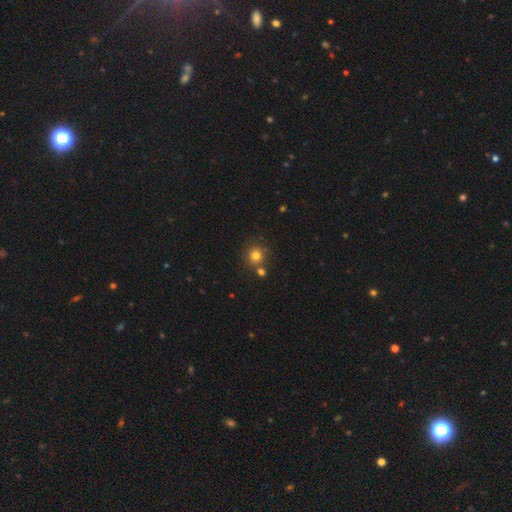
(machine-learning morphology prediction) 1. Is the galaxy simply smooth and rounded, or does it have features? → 79% smooth, 14% star or artifact, 7% featured or disk.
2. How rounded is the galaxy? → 91% round, 9% in between, 1% cigar-shaped.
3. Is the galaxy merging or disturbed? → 74% none, 14% merger, 9% minor disturbance, 3% major disturbance.